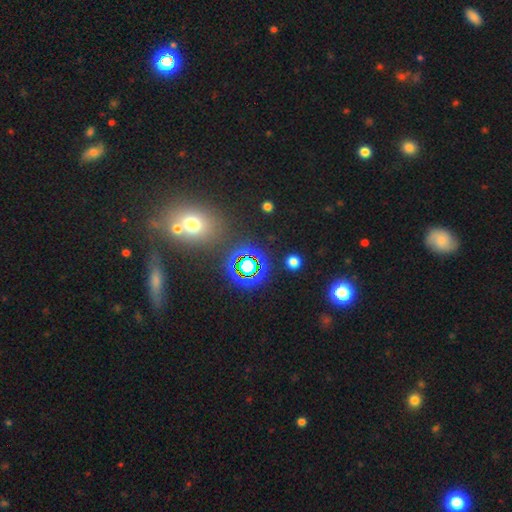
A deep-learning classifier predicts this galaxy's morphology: Smooth or featured? smooth (45%)
Merging? none (63%)